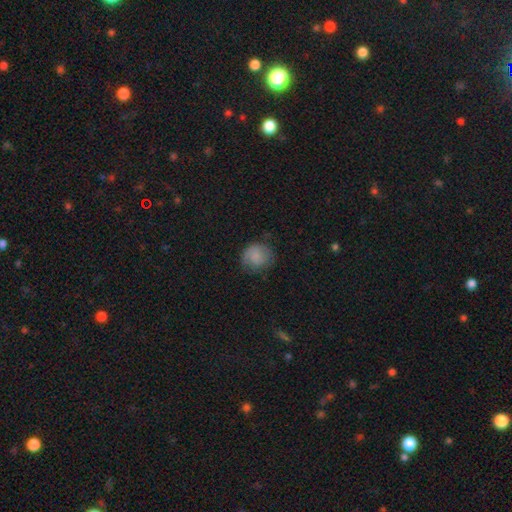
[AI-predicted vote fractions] Smooth or featured: smooth — 74% (featured or disk — 18%)
How rounded: round — 82% (in between — 17%)
Merging: none — 67% (minor disturbance — 23%)